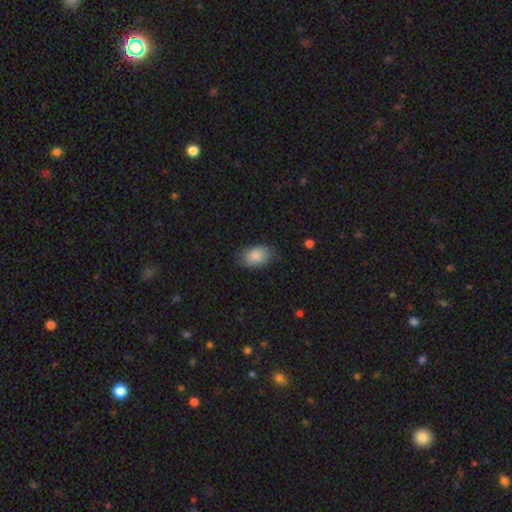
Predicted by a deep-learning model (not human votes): Smooth or featured? Predicted: smooth (p=0.87). How rounded? Predicted: in between (p=0.89). Merging? Predicted: none (p=0.77).